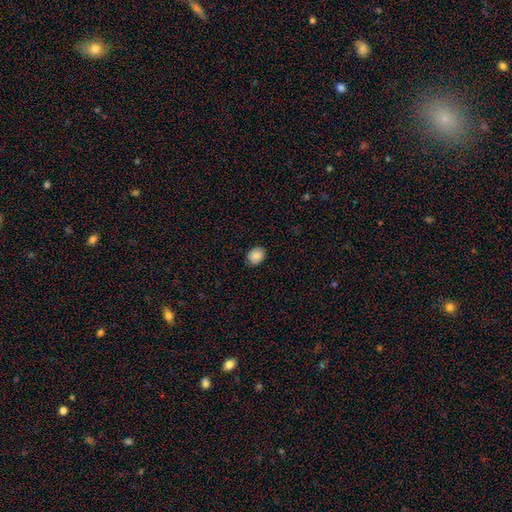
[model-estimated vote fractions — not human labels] Overall: smooth (87%). How rounded: in between (54%; round 45%). Merging: none (87%).